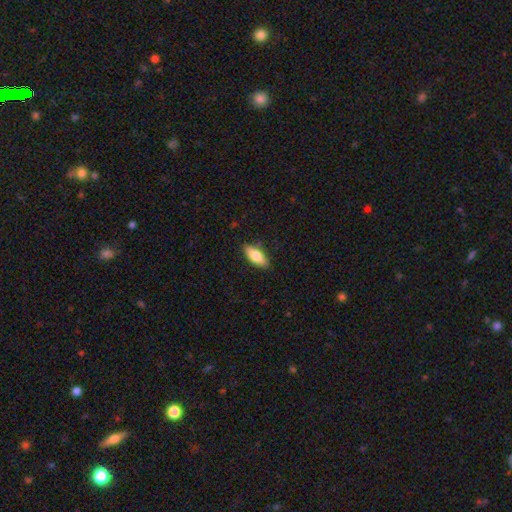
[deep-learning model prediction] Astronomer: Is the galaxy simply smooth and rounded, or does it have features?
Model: smooth — 73%.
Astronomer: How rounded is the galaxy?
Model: in between — 77%.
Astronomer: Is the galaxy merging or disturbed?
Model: none — 86%.